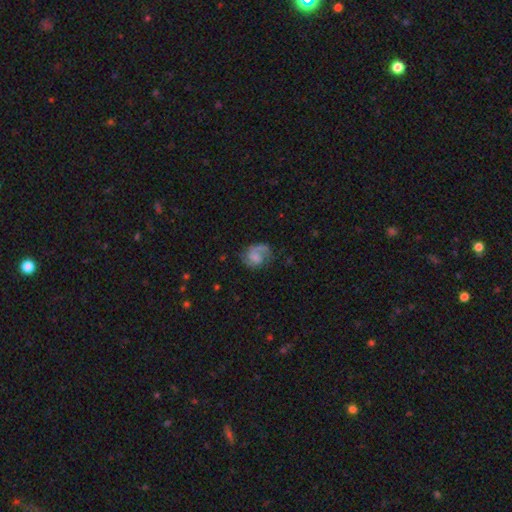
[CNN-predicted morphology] This is likely a featured or disk galaxy (64%). It is clearly not viewed edge-on (98%). Bar: possibly no (58%). Spiral arm pattern: clearly yes (91%). Spiral arm count: likely 2 (62%). Spiral winding: possibly medium (46%). Central bulge: possibly none (46%). Merging: possibly none (56%).